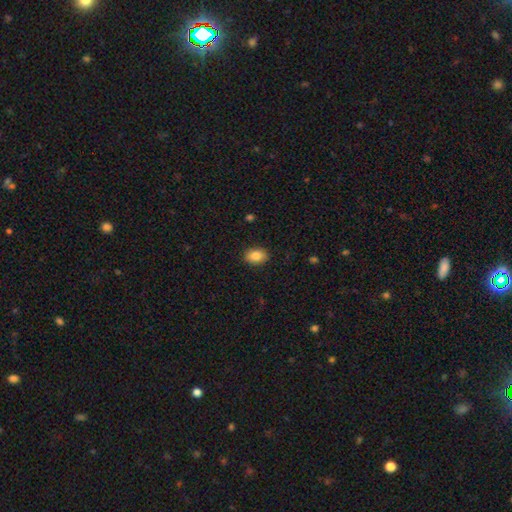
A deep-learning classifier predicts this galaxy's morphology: The model was most divided on "how rounded": in between: 79%, round: 19%, cigar-shaped: 1%. More confident: merging — none (88%); smooth or featured — smooth (86%).